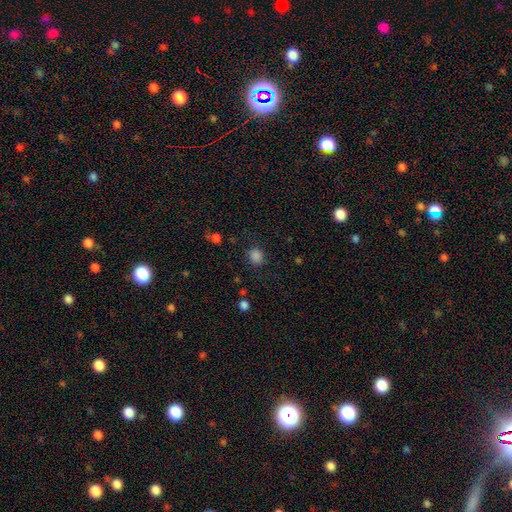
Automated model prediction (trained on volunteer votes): A smooth galaxy with no disk features (84%) that is round (75%). Merging: none (81%).